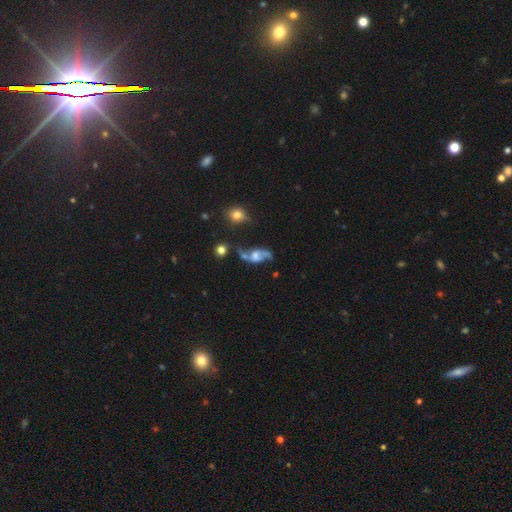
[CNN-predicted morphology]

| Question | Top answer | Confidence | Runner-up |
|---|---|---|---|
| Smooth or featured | featured or disk | 76% | smooth (15%) |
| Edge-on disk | no | 95% | yes (5%) |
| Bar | no | 58% | weak (34%) |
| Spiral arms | yes | 89% | no (11%) |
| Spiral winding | loose | 74% | medium (21%) |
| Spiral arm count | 2 | 90% | can't tell (3%) |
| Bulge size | moderate | 40% | large (22%) |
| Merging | none | 45% | merger (19%) |